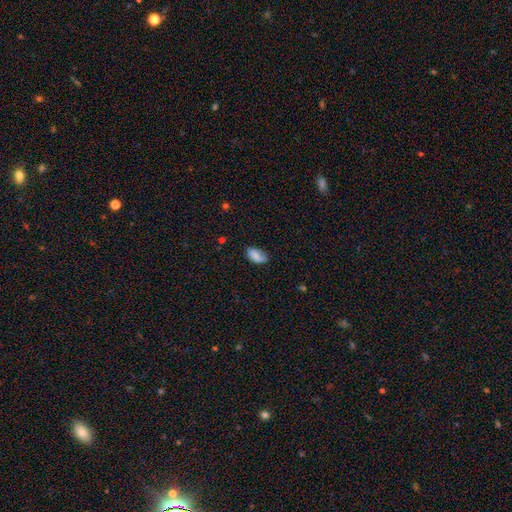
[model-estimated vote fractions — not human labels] This is likely a smooth galaxy (78%). How rounded: clearly in between (92%). Merging: likely none (64%).